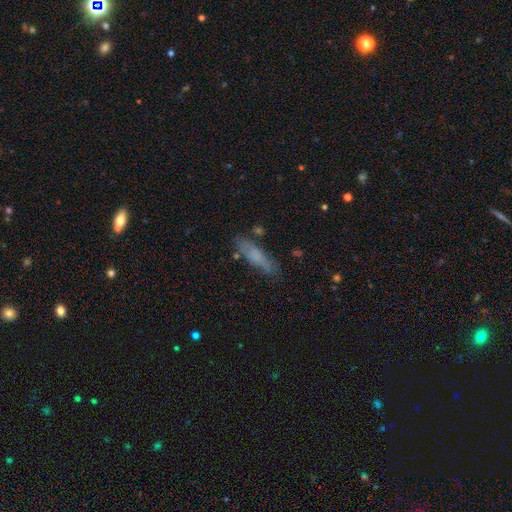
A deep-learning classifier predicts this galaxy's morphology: This appears to be a smooth galaxy with no disk features (64%) that is cigar-shaped (69%). Merging: none (72%).